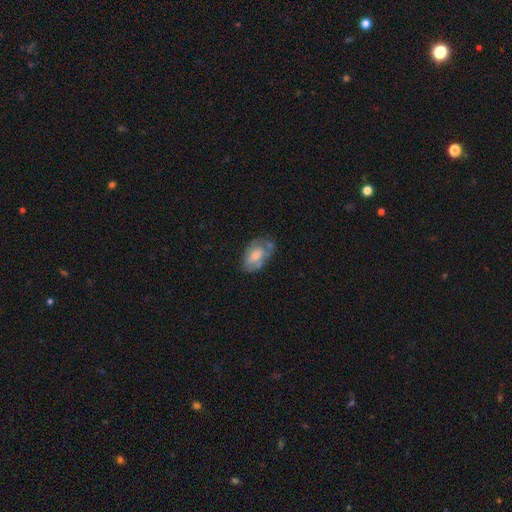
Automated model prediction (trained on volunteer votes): Overall: smooth (50%; featured or disk 43%). Merging: none (49%; minor disturbance 31%).